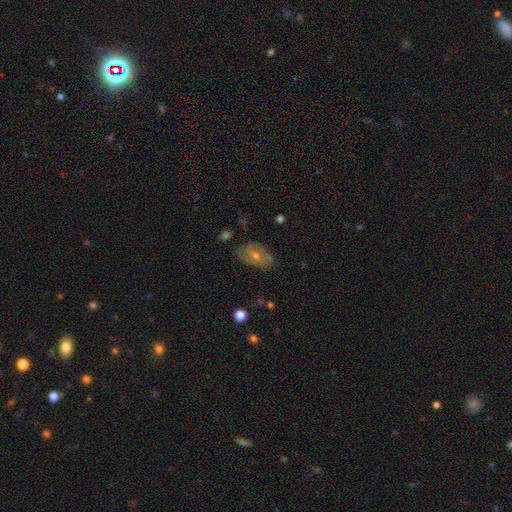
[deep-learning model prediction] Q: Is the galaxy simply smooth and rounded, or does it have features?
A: featured or disk — 53%.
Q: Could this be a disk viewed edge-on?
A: no — 92%.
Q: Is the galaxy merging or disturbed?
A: none — 74%.